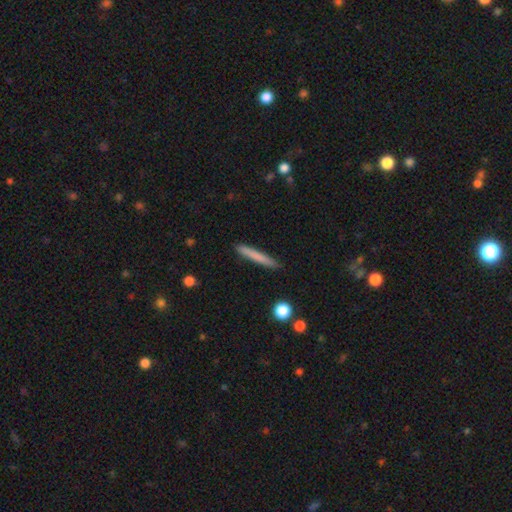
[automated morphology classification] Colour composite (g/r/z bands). It shows a smooth galaxy with no disk features (74%) that is cigar-shaped (96%). Merging: none (89%).